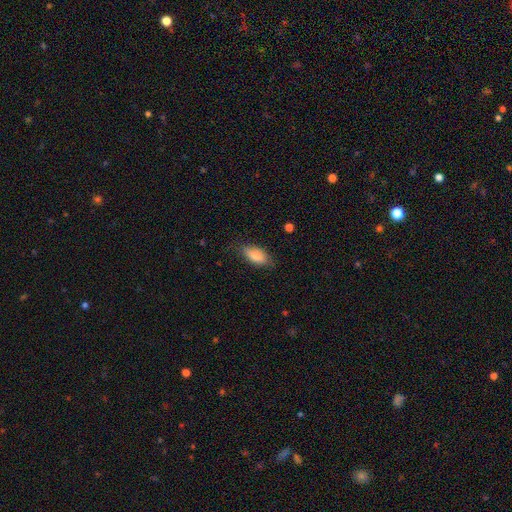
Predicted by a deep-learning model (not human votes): A smooth galaxy with no disk features (81%) that is in between round and cigar-shaped (88%).

Vote fractions:
- Smooth or featured? smooth: 81% / featured or disk: 12% / star or artifact: 7%
- How rounded? in between: 88% / cigar-shaped: 9% / round: 3%
- Merging? none: 75% / minor disturbance: 20% / major disturbance: 4% / merger: 1%